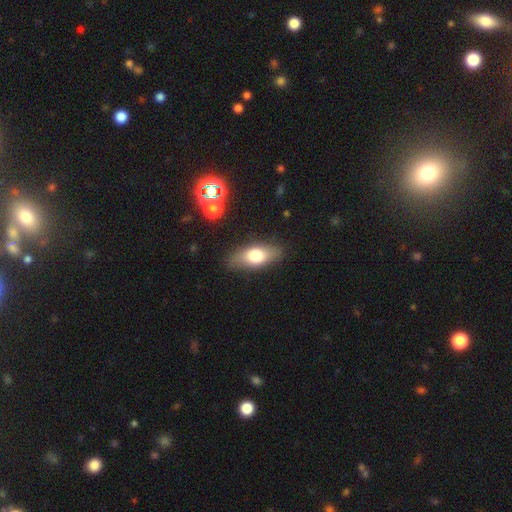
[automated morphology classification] smooth_or_featured: smooth (p=0.69) [alt: featured or disk p=0.24]
how_rounded: in between (p=0.79) [alt: cigar-shaped p=0.16]
merging: none (p=0.84) [alt: minor disturbance p=0.11]